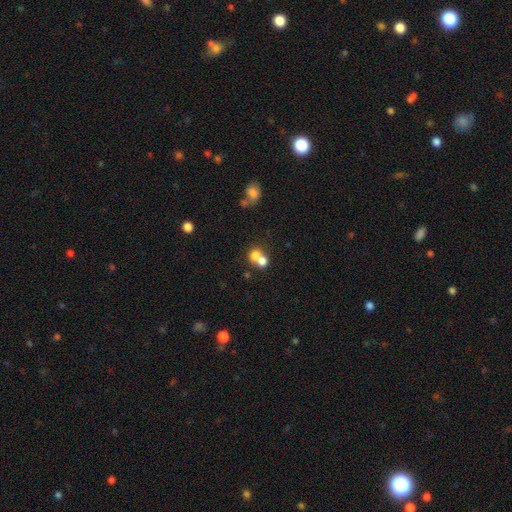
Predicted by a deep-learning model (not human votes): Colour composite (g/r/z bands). It shows a smooth galaxy with no disk features (71%) that is round (72%). Merging: merger (62%).